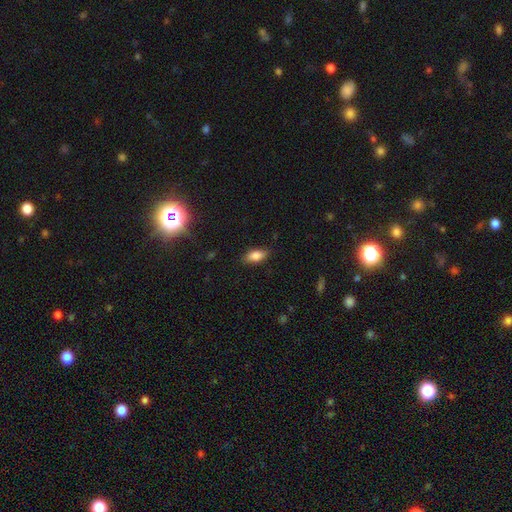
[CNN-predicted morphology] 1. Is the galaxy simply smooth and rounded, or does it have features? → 81% smooth, 10% featured or disk, 9% star or artifact.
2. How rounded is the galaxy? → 85% in between, 11% cigar-shaped, 4% round.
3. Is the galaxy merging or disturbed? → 83% none, 13% minor disturbance, 3% major disturbance, 1% merger.